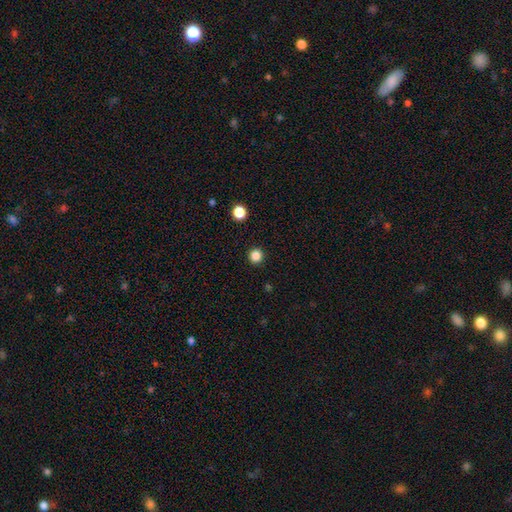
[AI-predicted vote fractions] A smooth galaxy with no disk features (85%) that is round (94%). Merging: none (93%).